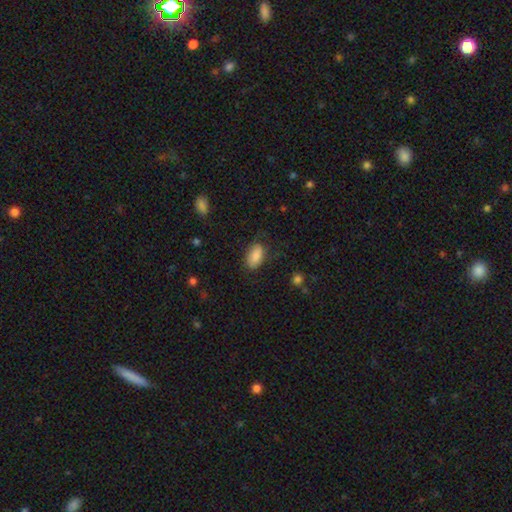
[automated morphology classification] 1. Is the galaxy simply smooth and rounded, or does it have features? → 86% smooth, 7% featured or disk, 7% star or artifact.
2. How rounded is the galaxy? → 93% in between, 4% round, 3% cigar-shaped.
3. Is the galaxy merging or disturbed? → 75% none, 18% minor disturbance, 6% major disturbance, 1% merger.